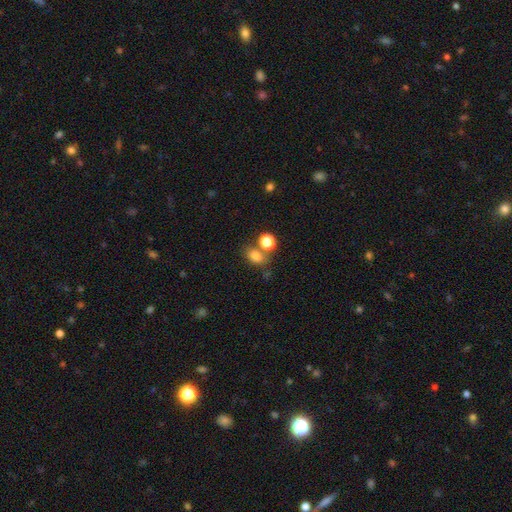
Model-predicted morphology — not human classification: Overall: smooth (78%). How rounded: in between (66%; round 33%). Merging: none (61%; merger 22%).